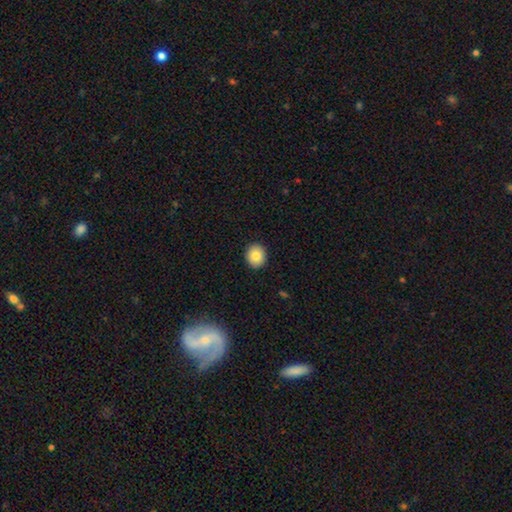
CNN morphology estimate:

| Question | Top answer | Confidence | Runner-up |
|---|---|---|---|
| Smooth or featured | smooth | 84% | star or artifact (8%) |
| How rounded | round | 75% | in between (24%) |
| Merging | none | 91% | minor disturbance (6%) |